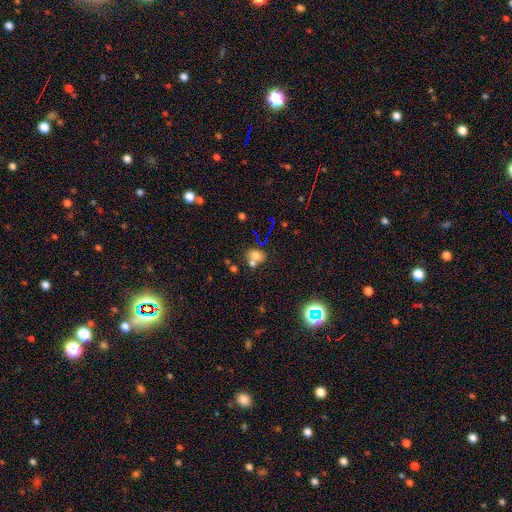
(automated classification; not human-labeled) Overall: smooth (67%). How rounded: in between (52%; round 47%). Merging: none (44%; merger 41%).